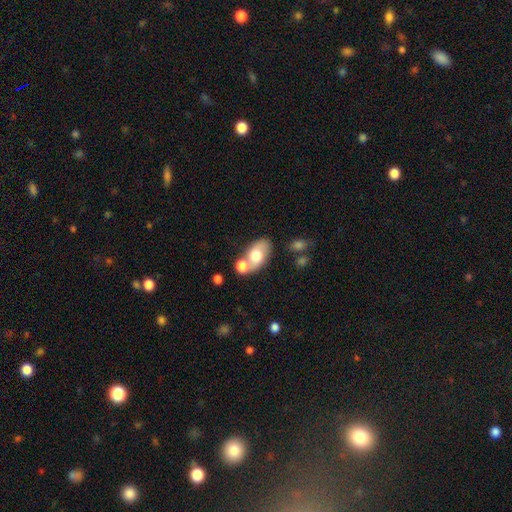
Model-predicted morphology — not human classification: smooth 67%, featured or disk 25%, star or artifact 7%. Down the decision tree: how rounded — in between (87%); merging — none (49%).